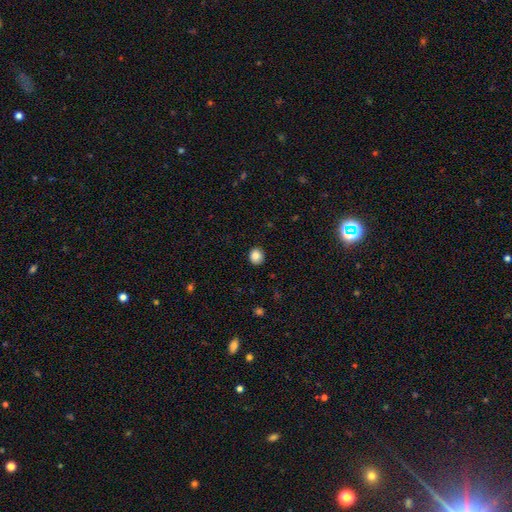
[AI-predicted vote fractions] Smooth or featured: smooth — 87% (star or artifact — 9%)
How rounded: round — 85% (in between — 14%)
Merging: none — 90% (minor disturbance — 7%)